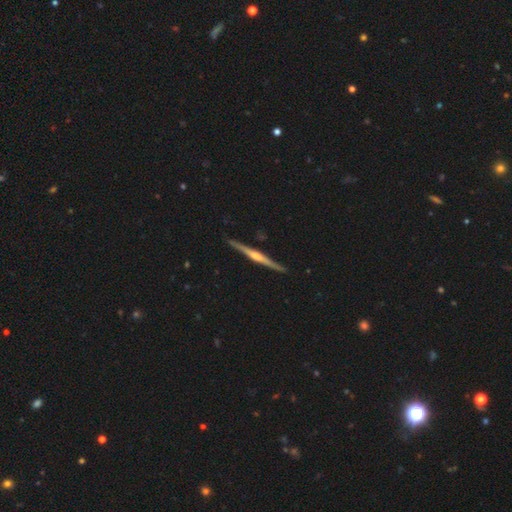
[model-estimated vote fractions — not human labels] Q: Smooth or featured?
A: featured or disk (84%); runner-up: smooth (12%)
Q: Edge-on disk?
A: yes (99%); runner-up: no (1%)
Q: Edge-on bulge?
A: rounded (76%); runner-up: boxy (13%)
Q: Merging?
A: none (92%); runner-up: minor disturbance (6%)